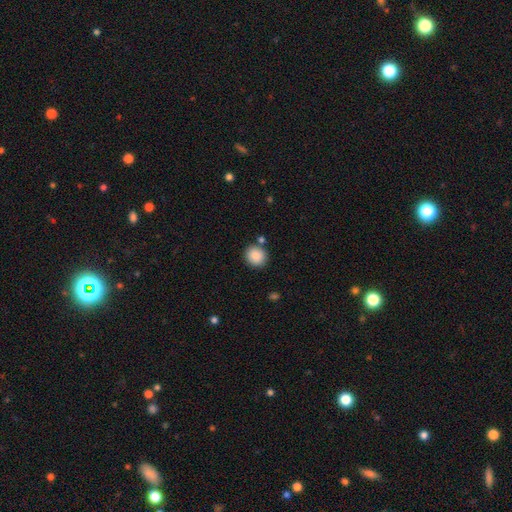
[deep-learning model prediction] Morphology: type=smooth (88%); roundness=round (84%); merging=none (82%).